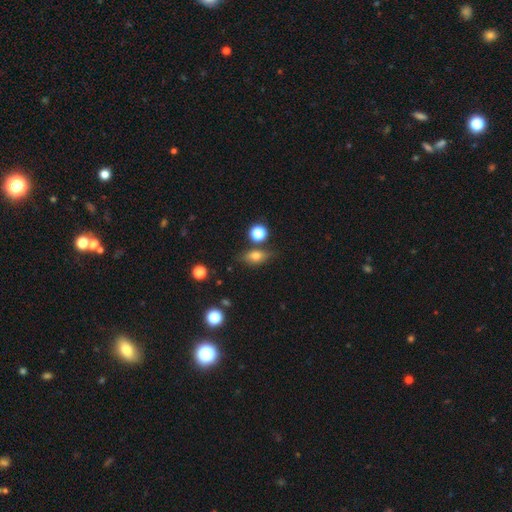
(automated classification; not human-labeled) Smooth or featured? Predicted: smooth (p=0.66). How rounded? Predicted: in between (p=0.71). Merging? Predicted: none (p=0.74).